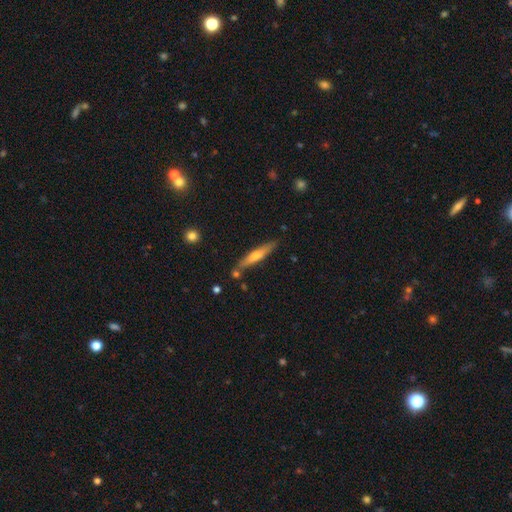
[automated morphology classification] A featured or disk galaxy (55%) viewed edge-on (95%) with a rounded central bulge (81%). Merging: none (83%).